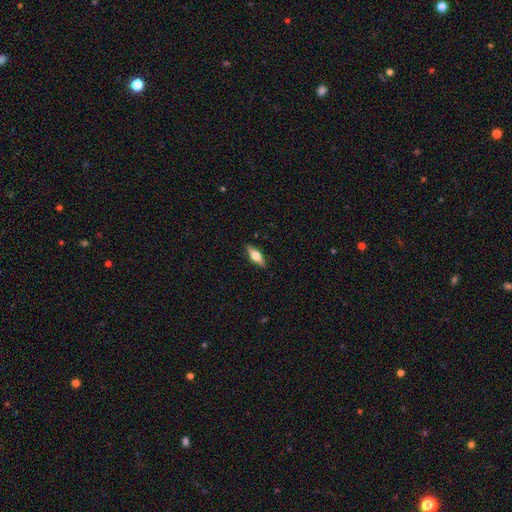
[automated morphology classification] A featured or disk galaxy (57%) viewed edge-on (94%) with a rounded central bulge (94%). Merging: none (89%).